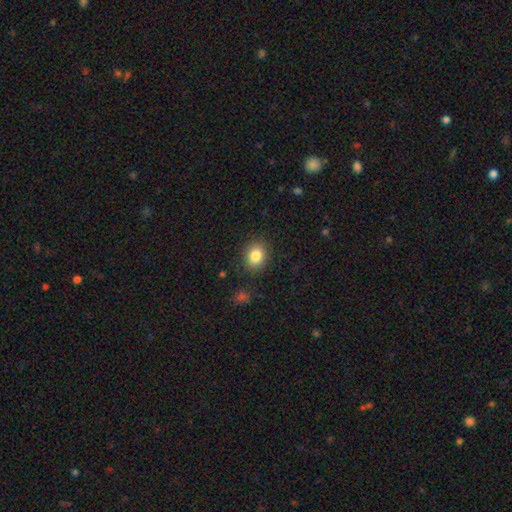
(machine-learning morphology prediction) type=smooth (84%); roundness=round (63%); merging=none (87%).